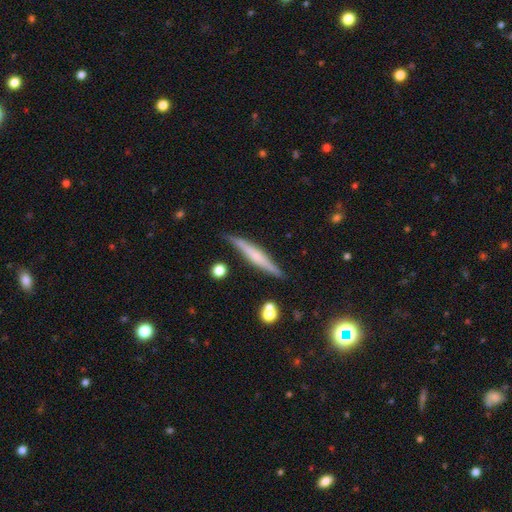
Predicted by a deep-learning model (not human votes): Morphology: type=featured or disk (56%); edge-on=yes (96%); edge-on bulge=none (41%); merging=none (83%).